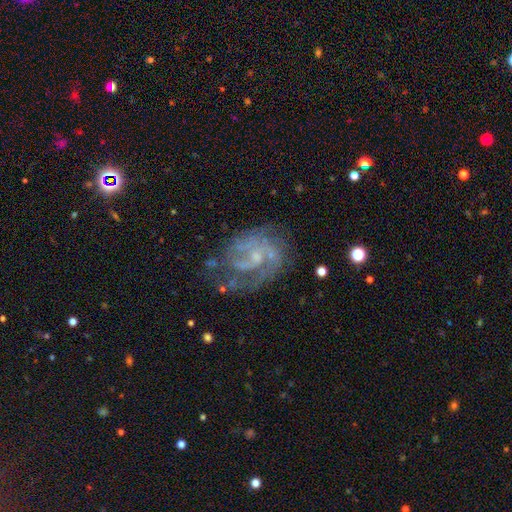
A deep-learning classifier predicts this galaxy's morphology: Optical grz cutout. It shows a featured or disk galaxy (80%) with no bar (54%), 2 (39%) medium (44%) spiral arms (88%) and a small central bulge (62%). Merging: none (56%).